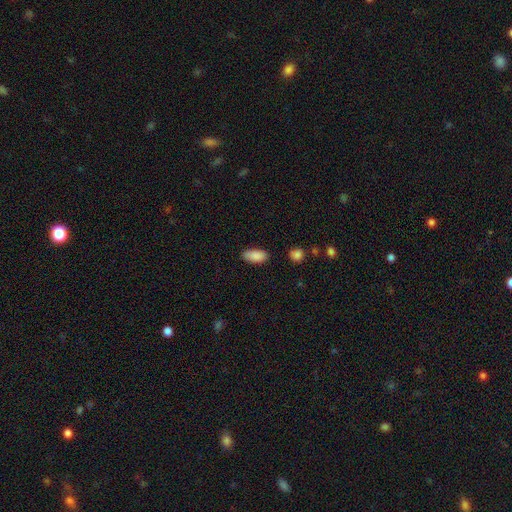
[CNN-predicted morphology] This appears to be a smooth galaxy with no disk features (89%) that is in between round and cigar-shaped (89%). Merging: none (84%).